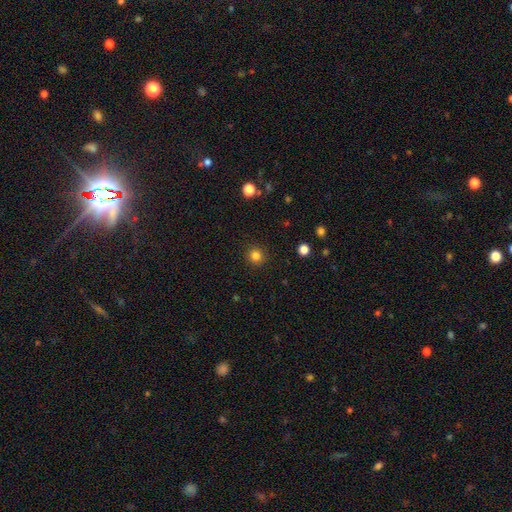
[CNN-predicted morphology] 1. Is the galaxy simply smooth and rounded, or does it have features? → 83% smooth, 13% star or artifact, 4% featured or disk.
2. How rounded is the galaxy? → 92% round, 7% in between, 1% cigar-shaped.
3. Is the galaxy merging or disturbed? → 91% none, 6% minor disturbance, 2% major disturbance, 1% merger.